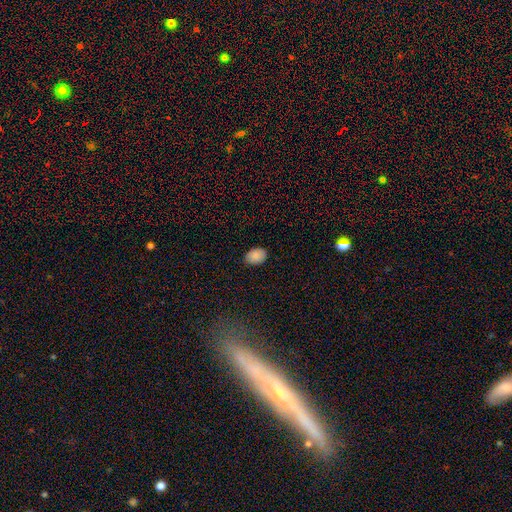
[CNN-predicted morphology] Q: Smooth or featured?
A: smooth (88%); runner-up: star or artifact (8%)
Q: How rounded?
A: in between (80%); runner-up: round (19%)
Q: Merging?
A: none (86%); runner-up: minor disturbance (11%)